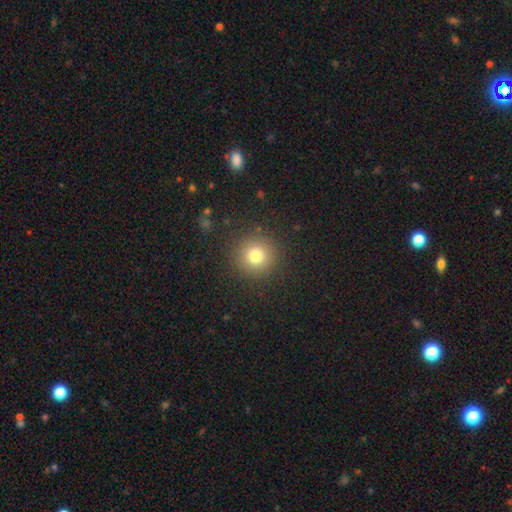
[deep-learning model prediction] A smooth galaxy with no disk features (77%) that is round (95%). Merging: none (90%).